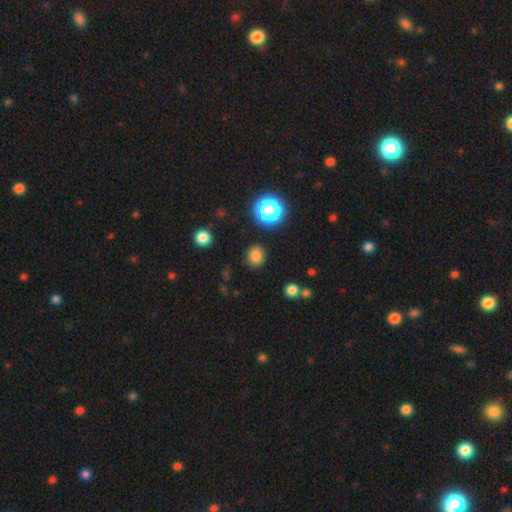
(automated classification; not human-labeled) smooth-or-featured: smooth: 80% | star or artifact: 16% | featured or disk: 4%
  how-rounded: round: 74% | in between: 25% | cigar-shaped: 1%
  merging: none: 87% | minor disturbance: 8% | major disturbance: 3% | merger: 2%